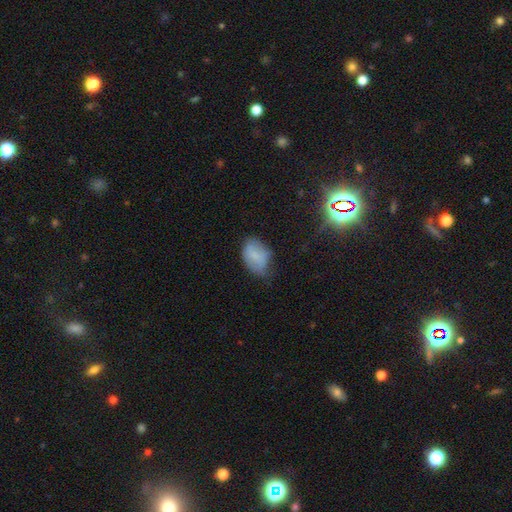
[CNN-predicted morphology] smooth 73%, featured or disk 17%, star or artifact 11%. Down the decision tree: how rounded — in between (84%); merging — none (52%).